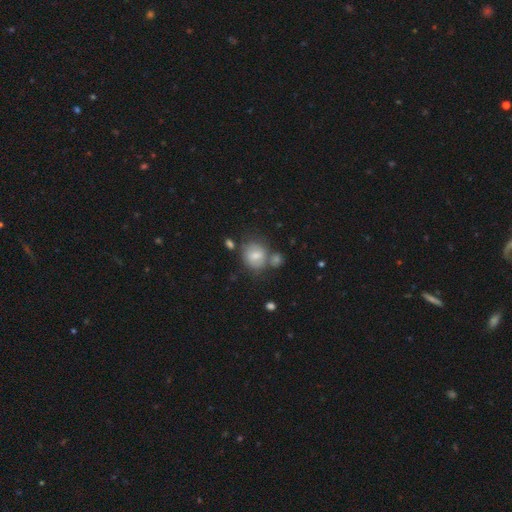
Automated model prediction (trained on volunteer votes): Smooth or featured? Predicted: smooth (p=0.71). How rounded? Predicted: round (p=0.69). Merging? Predicted: none (p=0.55).